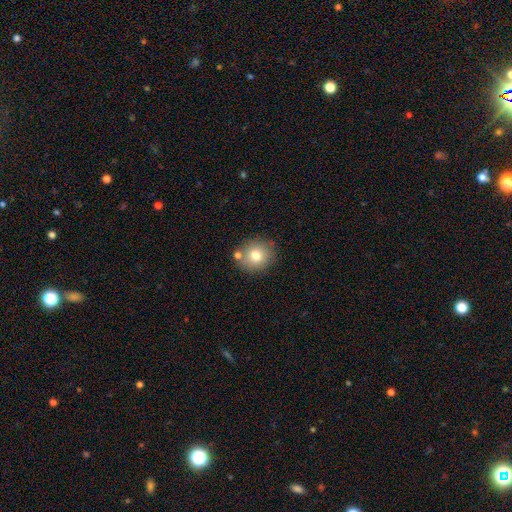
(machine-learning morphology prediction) A smooth galaxy with no disk features (76%) that is round (83%).

Vote fractions:
- Smooth or featured? smooth: 76% / featured or disk: 13% / star or artifact: 11%
- How rounded? round: 83% / in between: 16% / cigar-shaped: 1%
- Merging? none: 76% / minor disturbance: 11% / merger: 10% / major disturbance: 3%